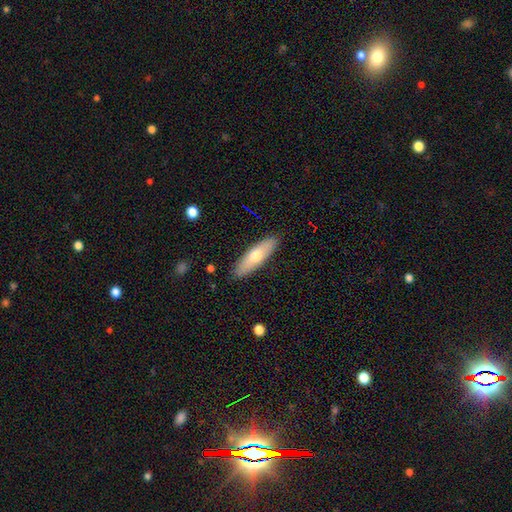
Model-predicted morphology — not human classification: Overall: smooth (64%; featured or disk 30%). How rounded: cigar-shaped (54%; in between 44%). Merging: none (89%).